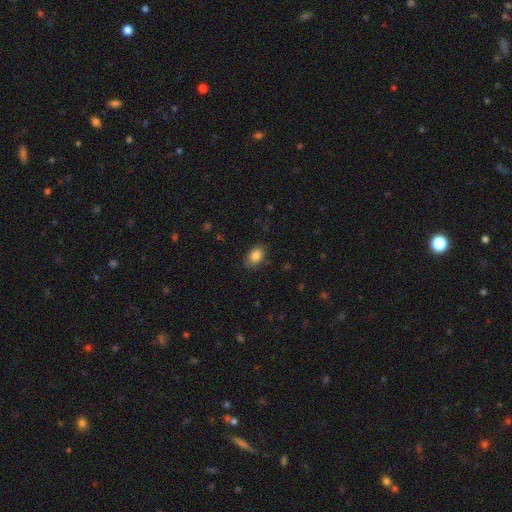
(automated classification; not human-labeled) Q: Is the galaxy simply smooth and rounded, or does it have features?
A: smooth — 85%.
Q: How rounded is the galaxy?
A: in between — 81%.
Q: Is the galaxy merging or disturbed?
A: none — 82%.